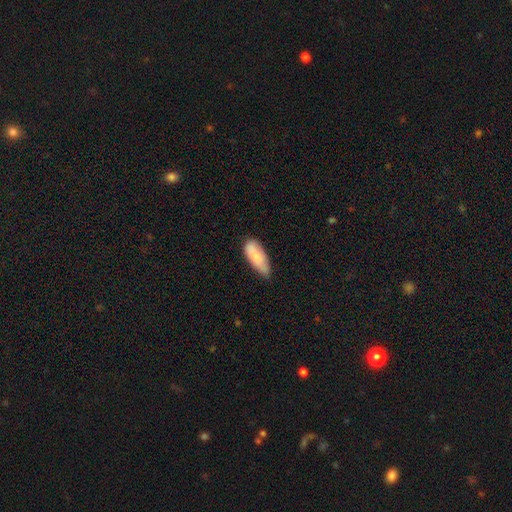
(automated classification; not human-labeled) smooth-or-featured: smooth: 79% | featured or disk: 15% | star or artifact: 6%
  how-rounded: in between: 79% | cigar-shaped: 19% | round: 2%
  merging: none: 51% | minor disturbance: 40% | major disturbance: 7% | merger: 3%